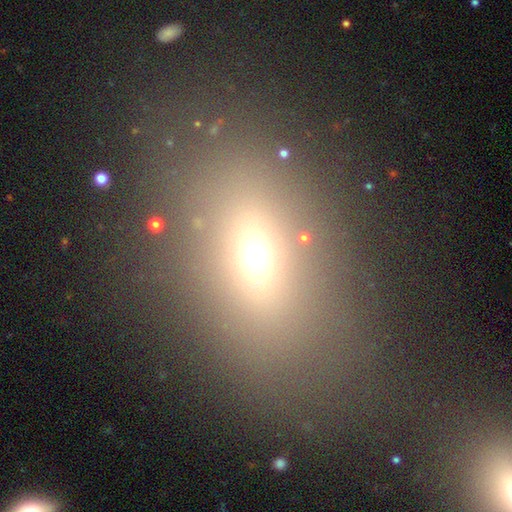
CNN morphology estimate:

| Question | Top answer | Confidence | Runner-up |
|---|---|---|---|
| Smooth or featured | smooth | 62% | star or artifact (21%) |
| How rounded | in between | 74% | round (22%) |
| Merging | none | 74% | minor disturbance (12%) |